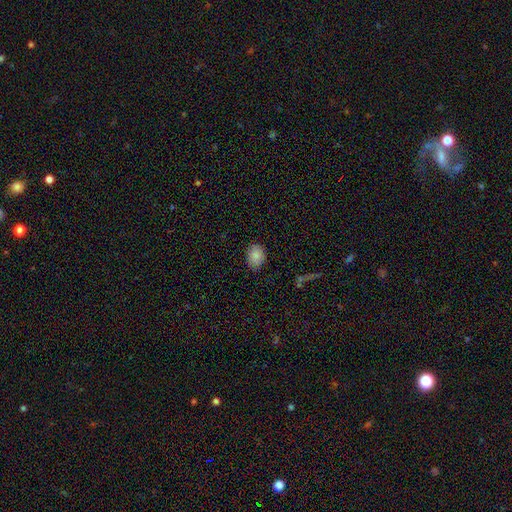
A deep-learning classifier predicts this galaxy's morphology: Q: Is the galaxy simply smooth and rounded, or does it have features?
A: smooth — 85%.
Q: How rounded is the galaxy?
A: in between — 58%.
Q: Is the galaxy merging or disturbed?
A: none — 82%.